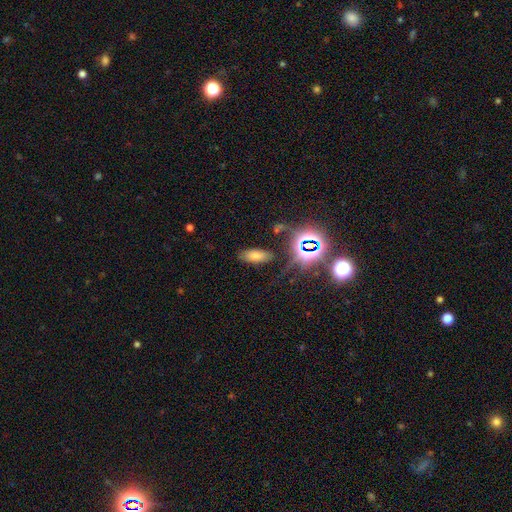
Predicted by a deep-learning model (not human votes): Smooth or featured?
  - smooth: 64% *
  - star or artifact: 26%
  - featured or disk: 10%
How rounded?
  - in between: 84% *
  - cigar-shaped: 13%
  - round: 3%
Merging?
  - none: 81% *
  - minor disturbance: 12%
  - major disturbance: 5%
  - merger: 3%